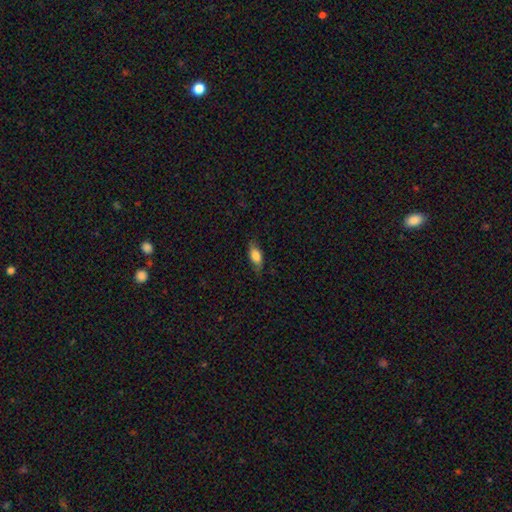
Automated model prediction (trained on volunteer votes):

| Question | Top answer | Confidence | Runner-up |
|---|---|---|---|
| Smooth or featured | smooth | 73% | featured or disk (20%) |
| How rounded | in between | 81% | cigar-shaped (15%) |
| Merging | none | 72% | minor disturbance (21%) |